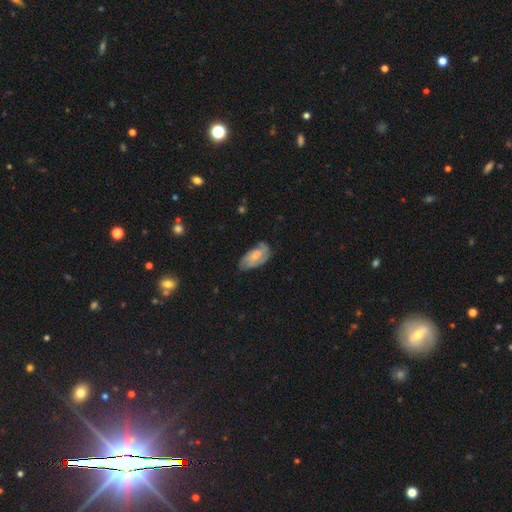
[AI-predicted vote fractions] Smooth or featured? featured or disk (47%)
Merging? none (47%)